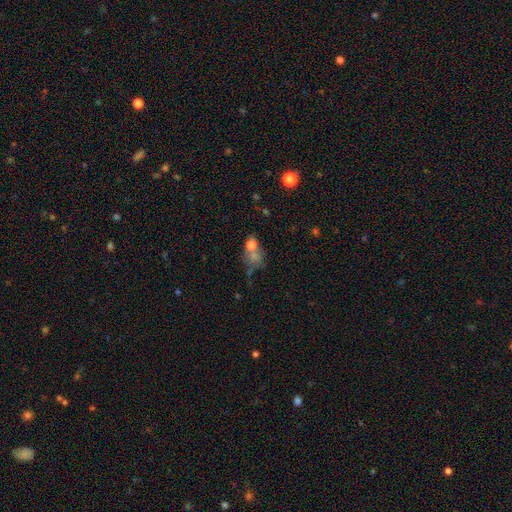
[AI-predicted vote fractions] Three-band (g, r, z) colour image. It shows a smooth galaxy with no disk features (63%) that is in between round and cigar-shaped (52%). Merging: merger (43%).